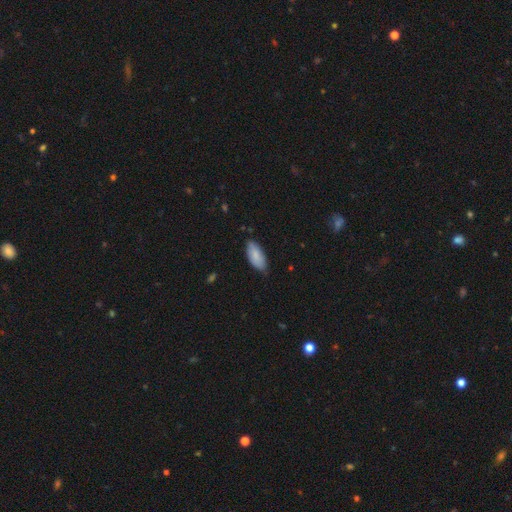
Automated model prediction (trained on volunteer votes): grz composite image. It shows a smooth galaxy with no disk features (84%) that is in between round and cigar-shaped (90%). Merging: none (71%).